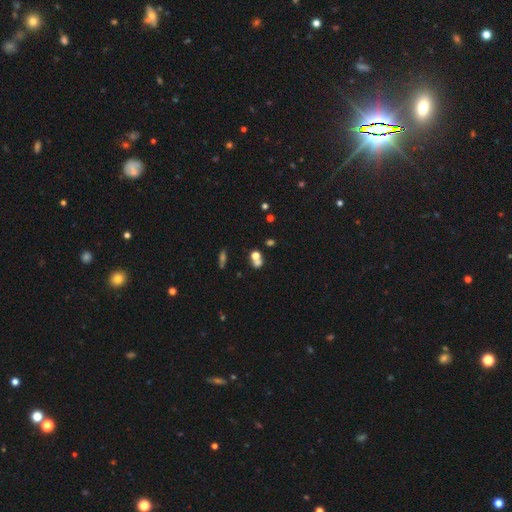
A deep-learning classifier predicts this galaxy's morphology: This is likely a smooth galaxy (62%). How rounded: likely round (63%). Merging: possibly merger (46%).